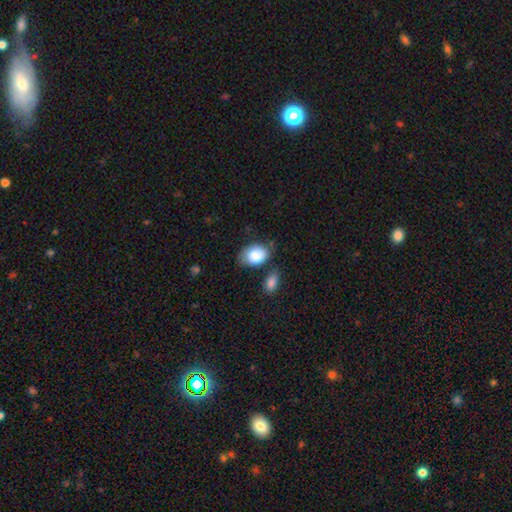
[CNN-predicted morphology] smooth 83%, featured or disk 10%, star or artifact 6%. Down the decision tree: how rounded — in between (84%); merging — none (56%).